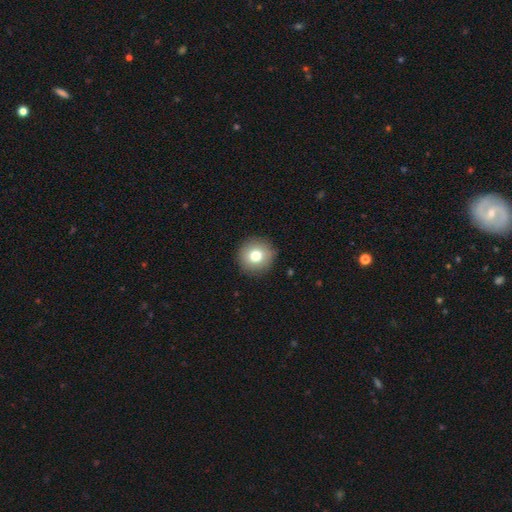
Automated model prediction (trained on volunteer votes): Smooth or featured? smooth (78%)
How rounded? round (94%)
Merging? none (91%)